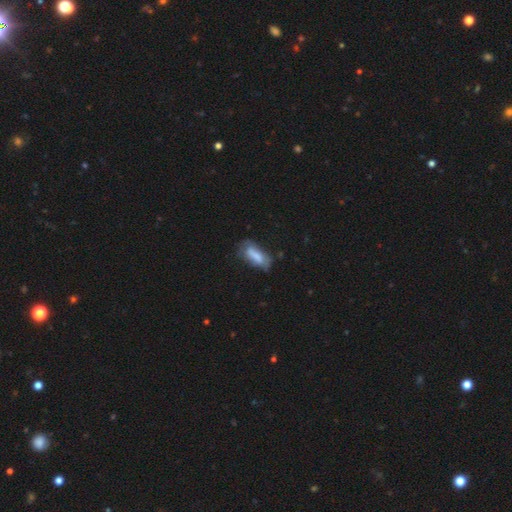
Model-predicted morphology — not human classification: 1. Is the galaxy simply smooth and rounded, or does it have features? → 69% smooth, 23% featured or disk, 8% star or artifact.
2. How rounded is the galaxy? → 71% in between, 26% cigar-shaped, 2% round.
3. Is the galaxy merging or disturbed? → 50% none, 33% minor disturbance, 14% major disturbance, 4% merger.